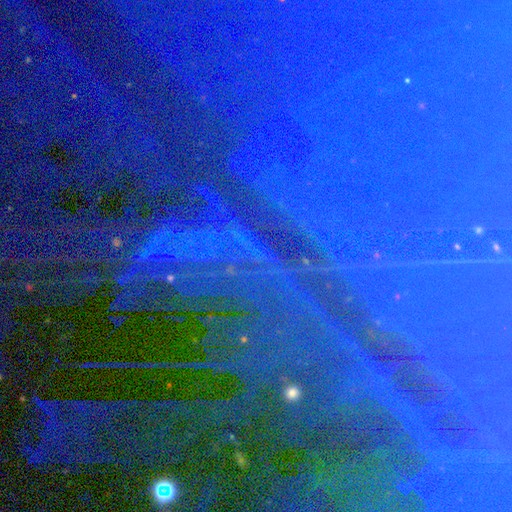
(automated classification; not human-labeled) Smooth or featured? star or artifact (89%)